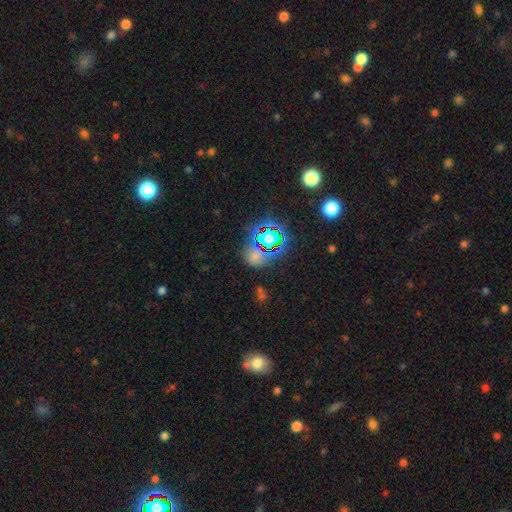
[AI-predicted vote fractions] Q: Smooth or featured?
A: star or artifact (50%); runner-up: smooth (40%)